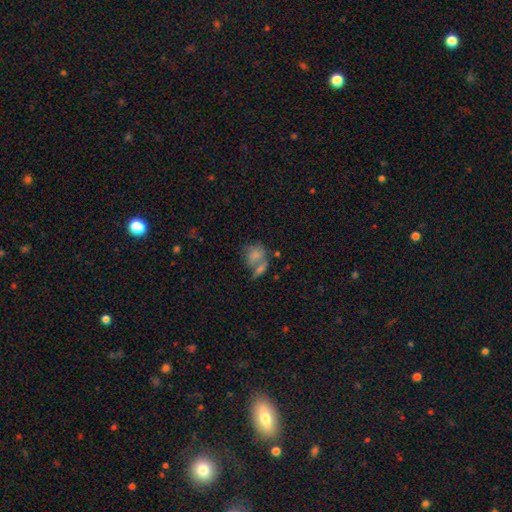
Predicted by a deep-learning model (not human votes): A smooth galaxy with no disk features (67%) that is in between round and cigar-shaped (53%). Merging: merger (44%).